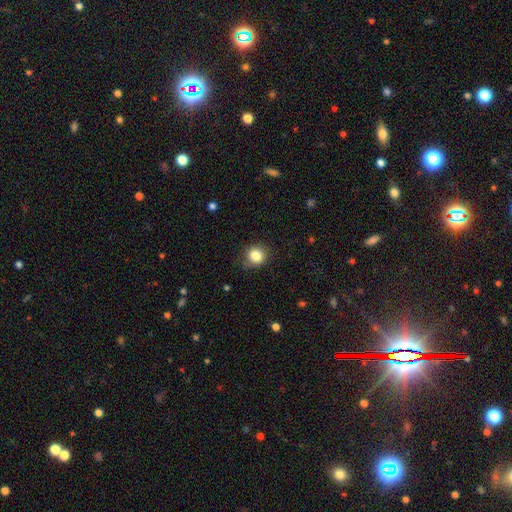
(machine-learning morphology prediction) A smooth galaxy with no disk features (84%) that is round (86%).

Vote fractions:
- Smooth or featured? smooth: 84% / star or artifact: 11% / featured or disk: 6%
- How rounded? round: 86% / in between: 13% / cigar-shaped: 1%
- Merging? none: 79% / minor disturbance: 16% / major disturbance: 4% / merger: 1%